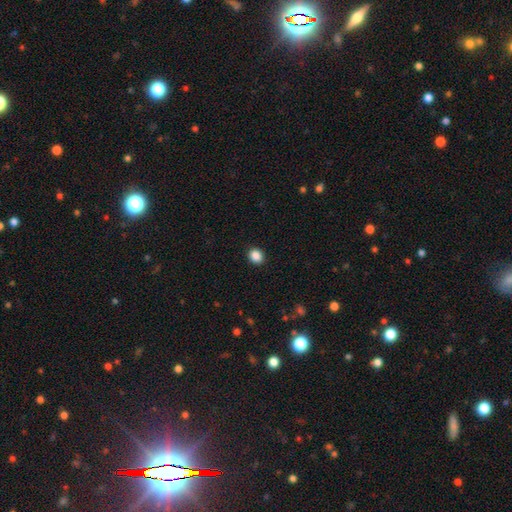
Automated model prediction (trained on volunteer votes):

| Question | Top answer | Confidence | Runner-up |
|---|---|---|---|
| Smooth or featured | smooth | 88% | star or artifact (9%) |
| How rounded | round | 63% | in between (37%) |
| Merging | none | 92% | minor disturbance (6%) |